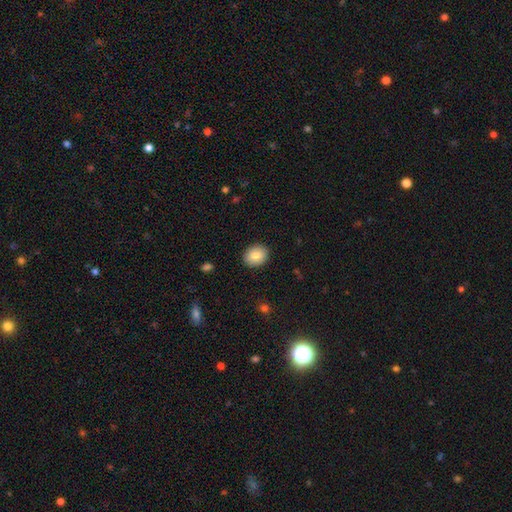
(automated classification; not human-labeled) This appears to be a smooth galaxy with no disk features (84%) that is round (50%). Merging: none (90%).